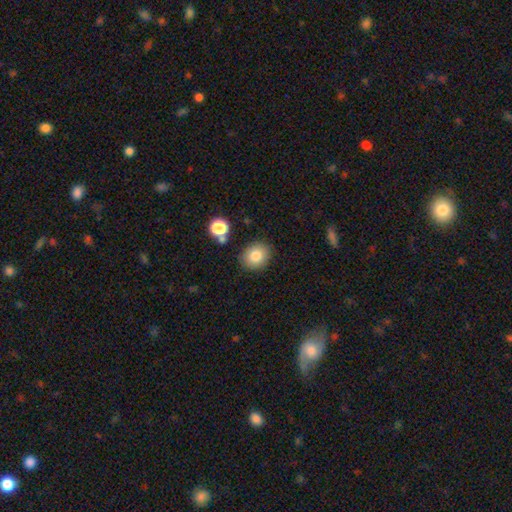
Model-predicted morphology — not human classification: smooth-or-featured: smooth: 82% | star or artifact: 10% | featured or disk: 8%
  how-rounded: round: 67% | in between: 32% | cigar-shaped: 1%
  merging: none: 83% | minor disturbance: 10% | merger: 4% | major disturbance: 3%